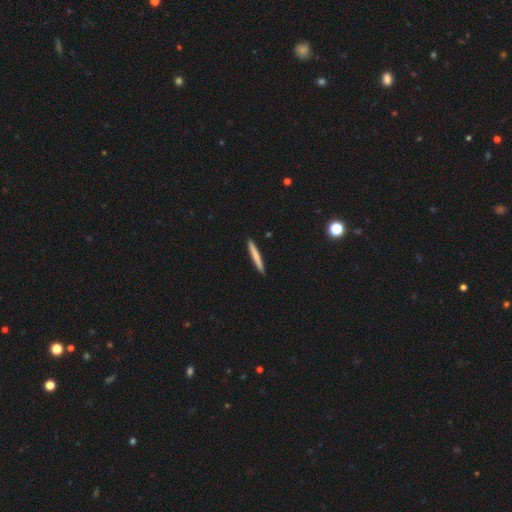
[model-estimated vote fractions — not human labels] This appears to be a smooth galaxy with no disk features (72%) that is cigar-shaped (97%). Merging: none (92%).